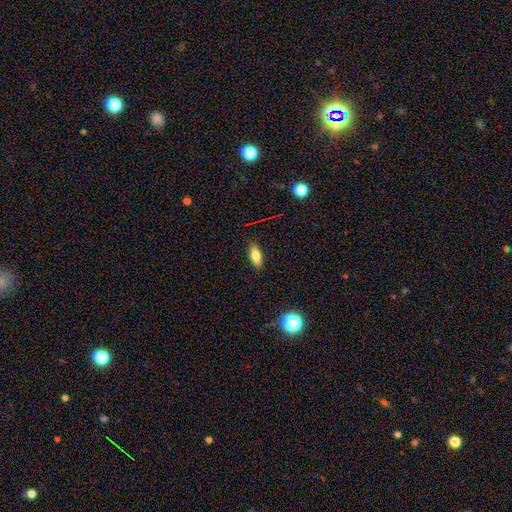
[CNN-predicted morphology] Smooth or featured?
  - smooth: 73% *
  - featured or disk: 17%
  - star or artifact: 10%
How rounded?
  - in between: 75% *
  - cigar-shaped: 21%
  - round: 4%
Merging?
  - none: 86% *
  - minor disturbance: 10%
  - major disturbance: 2%
  - merger: 1%